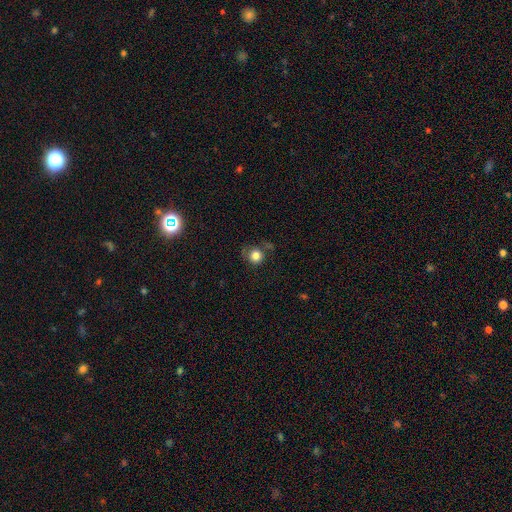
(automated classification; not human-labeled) Smooth or featured? smooth (81%)
How rounded? round (88%)
Merging? none (66%)